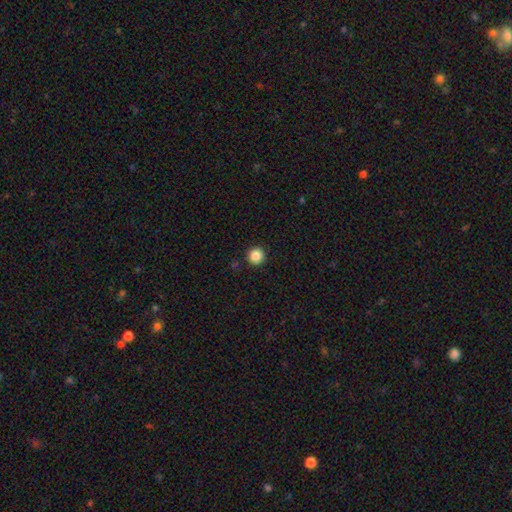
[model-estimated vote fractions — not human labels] This is clearly a smooth galaxy (86%). How rounded: clearly round (96%). Merging: clearly none (92%).